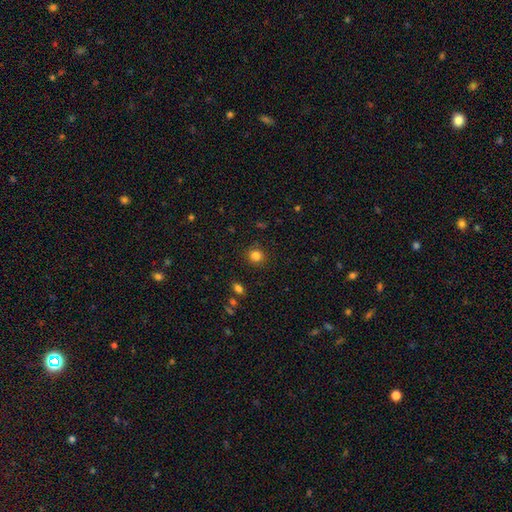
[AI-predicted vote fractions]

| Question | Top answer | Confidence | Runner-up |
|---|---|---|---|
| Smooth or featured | smooth | 83% | star or artifact (12%) |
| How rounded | round | 88% | in between (11%) |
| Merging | none | 89% | minor disturbance (7%) |